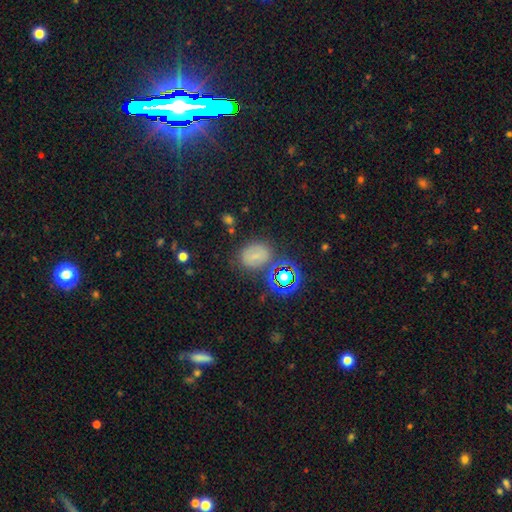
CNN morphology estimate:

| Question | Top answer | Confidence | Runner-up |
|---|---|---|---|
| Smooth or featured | smooth | 55% | star or artifact (28%) |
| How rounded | in between | 54% | round (45%) |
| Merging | none | 71% | minor disturbance (17%) |